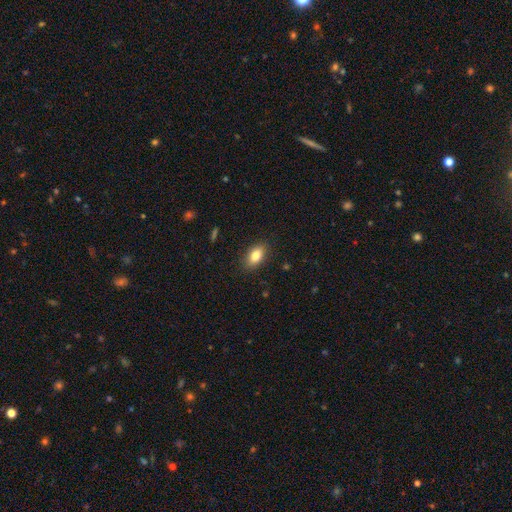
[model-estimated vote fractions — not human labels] Smooth or featured: smooth — 82% (featured or disk — 10%)
How rounded: in between — 89% (round — 7%)
Merging: none — 87% (minor disturbance — 10%)